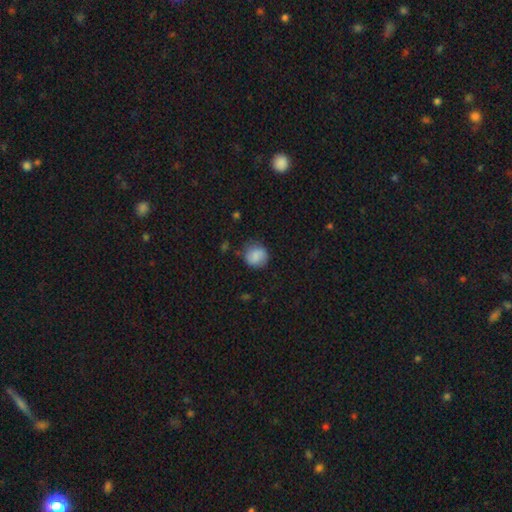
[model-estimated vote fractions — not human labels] The model was most divided on "merging": none: 77%, minor disturbance: 16%, major disturbance: 5%, merger: 2%. More confident: how rounded — round (87%); smooth or featured — smooth (83%).